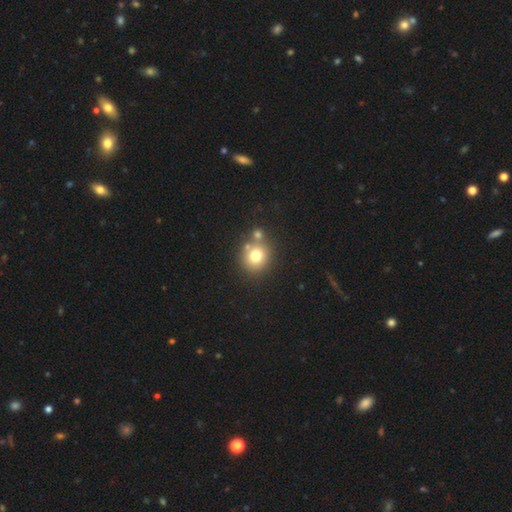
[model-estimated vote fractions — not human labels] Smooth or featured? Predicted: smooth (p=0.74). How rounded? Predicted: round (p=0.85). Merging? Predicted: none (p=0.66).